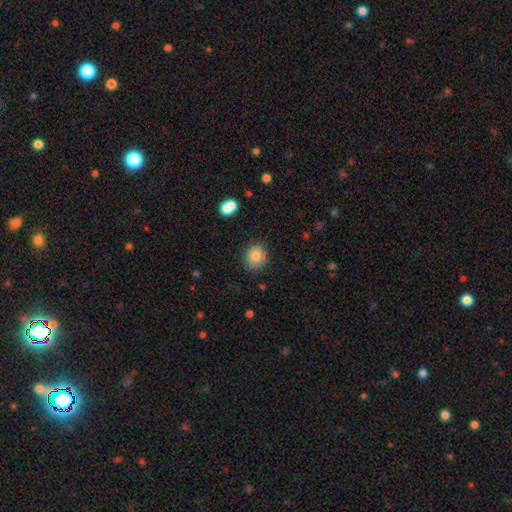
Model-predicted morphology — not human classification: Overall: smooth (84%). How rounded: round (61%; in between 38%). Merging: none (81%).